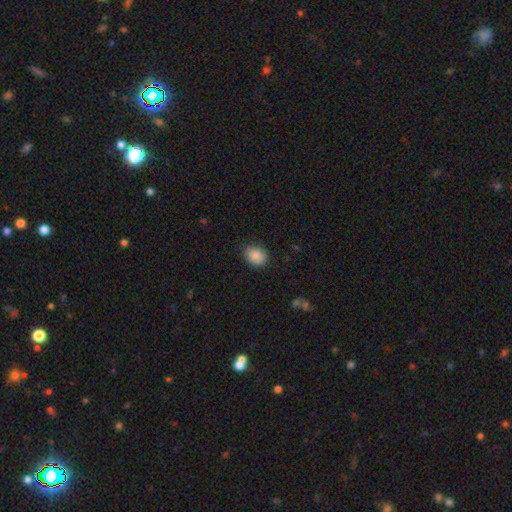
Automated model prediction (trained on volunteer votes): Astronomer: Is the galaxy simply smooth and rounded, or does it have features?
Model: smooth — 88%.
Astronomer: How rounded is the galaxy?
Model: in between — 57% (runner-up: round, 42%).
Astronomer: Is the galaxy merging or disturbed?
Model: none — 81%.